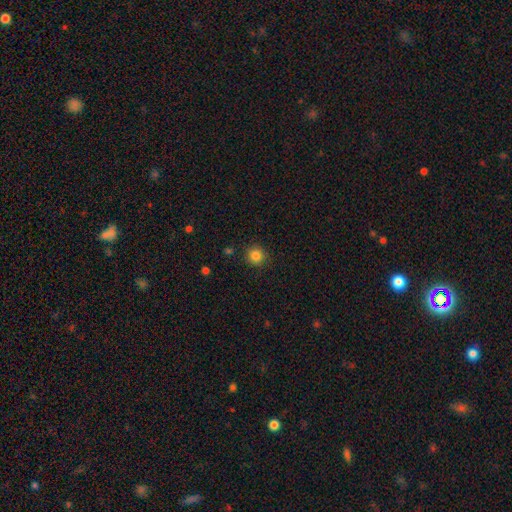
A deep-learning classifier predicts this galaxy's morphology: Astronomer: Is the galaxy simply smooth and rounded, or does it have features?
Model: smooth — 84%.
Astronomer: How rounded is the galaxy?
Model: round — 94%.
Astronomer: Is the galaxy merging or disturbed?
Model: none — 91%.